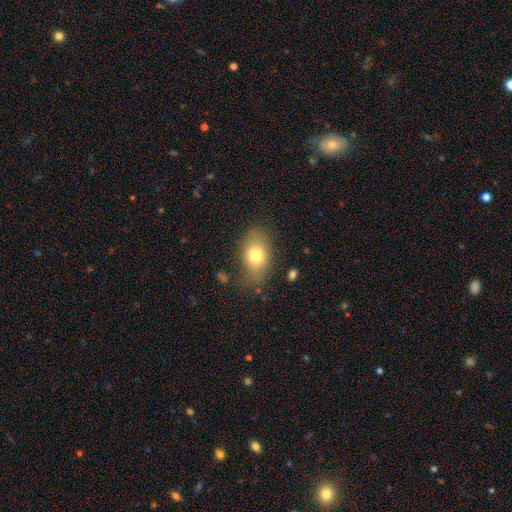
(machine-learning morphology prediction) Q: Smooth or featured?
A: smooth (74%); runner-up: featured or disk (16%)
Q: How rounded?
A: in between (83%); runner-up: round (16%)
Q: Merging?
A: none (75%); runner-up: minor disturbance (16%)